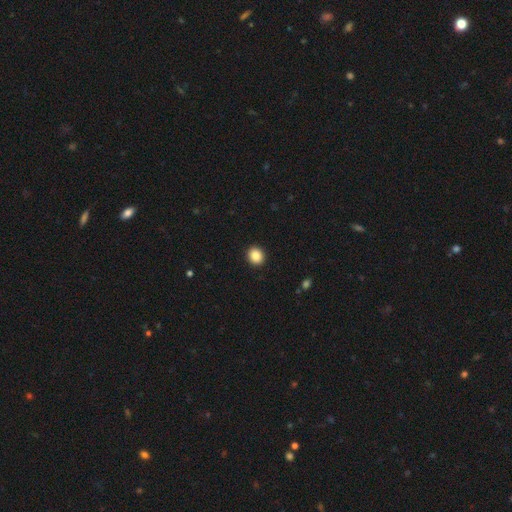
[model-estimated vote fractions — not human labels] Morphology: type=smooth (87%); roundness=round (78%); merging=none (93%).